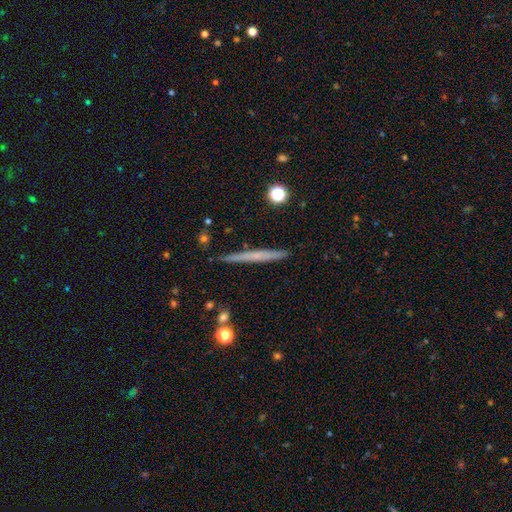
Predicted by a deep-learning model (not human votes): A featured or disk galaxy (48%). Merging: none (89%).